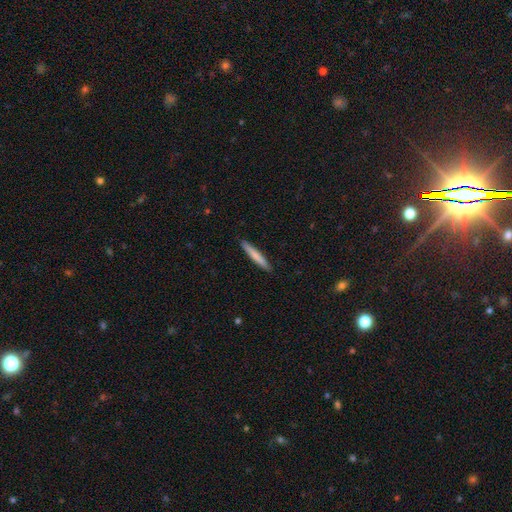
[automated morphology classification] smooth_or_featured: smooth (p=0.73) [alt: featured or disk p=0.22]
how_rounded: cigar-shaped (p=0.95) [alt: in between p=0.04]
merging: none (p=0.91) [alt: minor disturbance p=0.06]